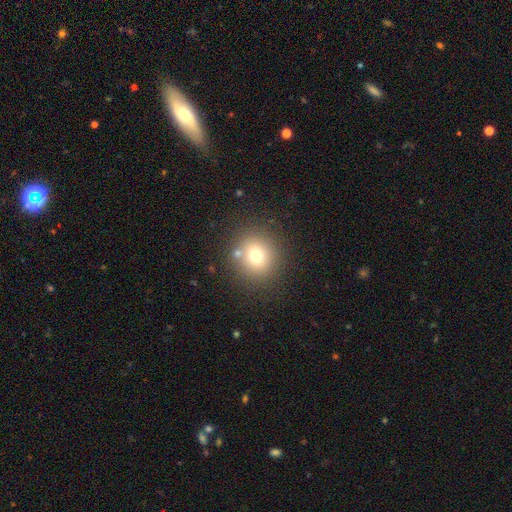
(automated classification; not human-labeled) smooth_or_featured: smooth (p=0.71) [alt: star or artifact p=0.16]
how_rounded: round (p=0.88) [alt: in between p=0.12]
merging: none (p=0.80) [alt: minor disturbance p=0.09]